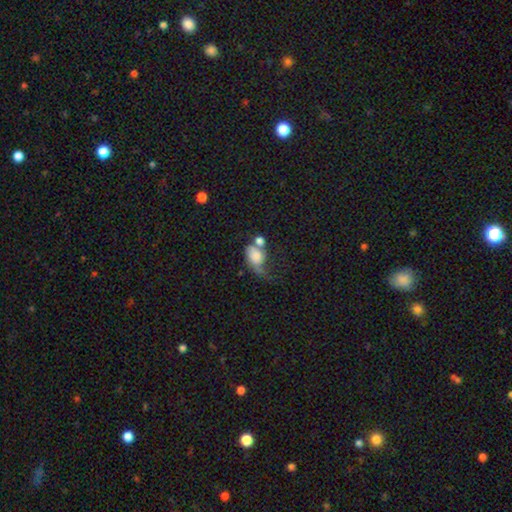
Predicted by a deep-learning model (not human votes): smooth_or_featured: smooth (p=0.55) [alt: featured or disk p=0.35]
how_rounded: in between (p=0.67) [alt: round p=0.30]
merging: major disturbance (p=0.34) [alt: merger p=0.33]